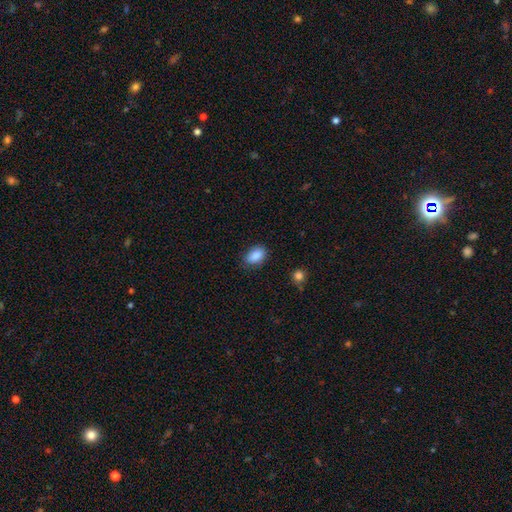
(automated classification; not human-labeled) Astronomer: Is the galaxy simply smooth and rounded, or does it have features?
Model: smooth — 88%.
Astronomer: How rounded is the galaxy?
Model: in between — 89%.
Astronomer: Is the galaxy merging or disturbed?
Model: none — 79%.